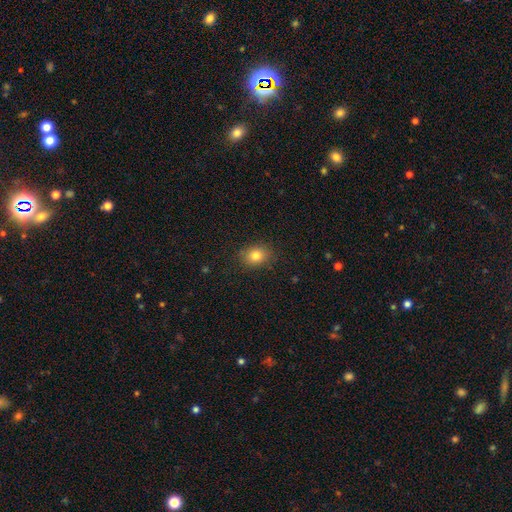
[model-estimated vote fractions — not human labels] The model was most divided on "how rounded": round: 53%, in between: 46%, cigar-shaped: 1%. More confident: merging — none (86%); smooth or featured — smooth (81%).